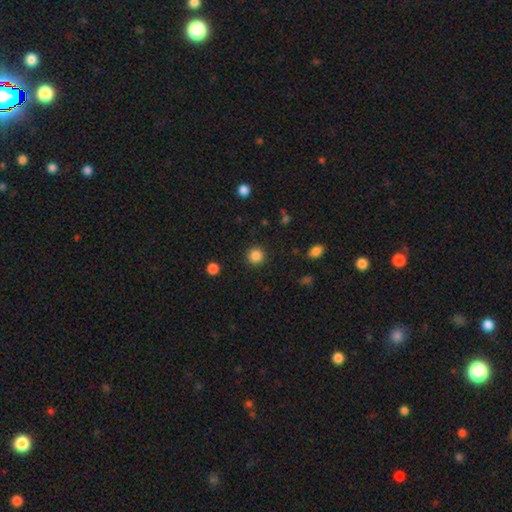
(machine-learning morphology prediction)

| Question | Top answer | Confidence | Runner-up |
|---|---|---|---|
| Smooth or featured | smooth | 86% | star or artifact (11%) |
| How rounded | round | 94% | in between (5%) |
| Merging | none | 91% | minor disturbance (5%) |